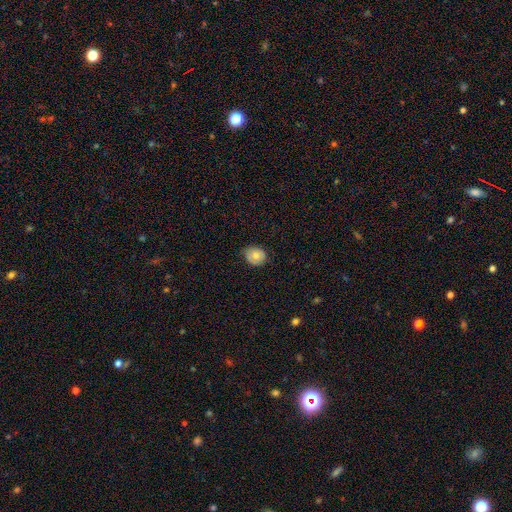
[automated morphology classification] Smooth or featured?
  - smooth: 72% *
  - featured or disk: 19%
  - star or artifact: 9%
How rounded?
  - round: 67% *
  - in between: 32%
  - cigar-shaped: 1%
Merging?
  - none: 74% *
  - minor disturbance: 22%
  - major disturbance: 3%
  - merger: 1%